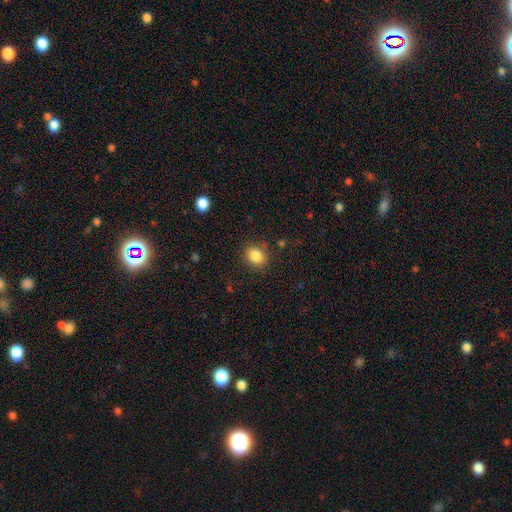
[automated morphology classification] Smooth or featured: smooth — 85% (star or artifact — 10%)
How rounded: in between — 58% (round — 41%)
Merging: none — 83% (minor disturbance — 11%)